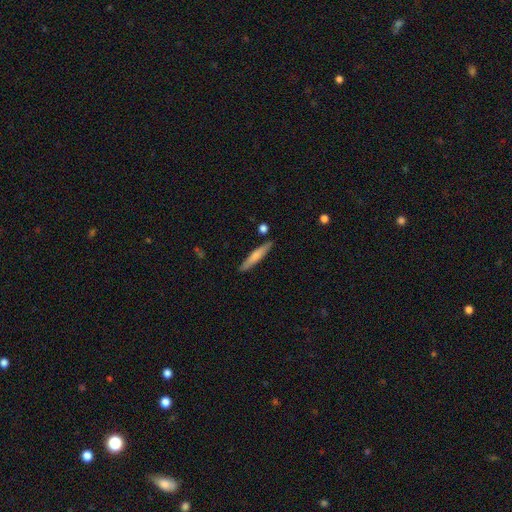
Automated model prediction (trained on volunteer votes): Overall: smooth (66%; featured or disk 29%). How rounded: cigar-shaped (92%). Merging: none (87%).